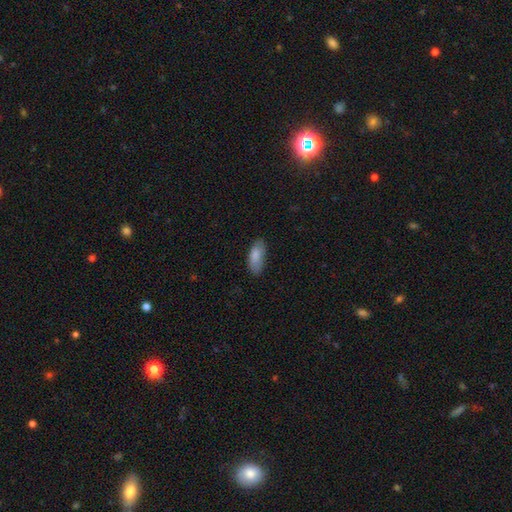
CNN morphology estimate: Smooth or featured: smooth — 85% (featured or disk — 9%)
How rounded: in between — 82% (cigar-shaped — 16%)
Merging: none — 75% (minor disturbance — 20%)